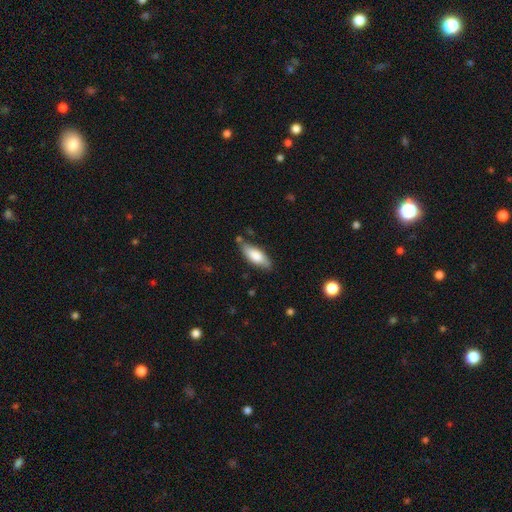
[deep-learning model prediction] A smooth galaxy with no disk features (78%) that is in between round and cigar-shaped (73%). Merging: none (75%).